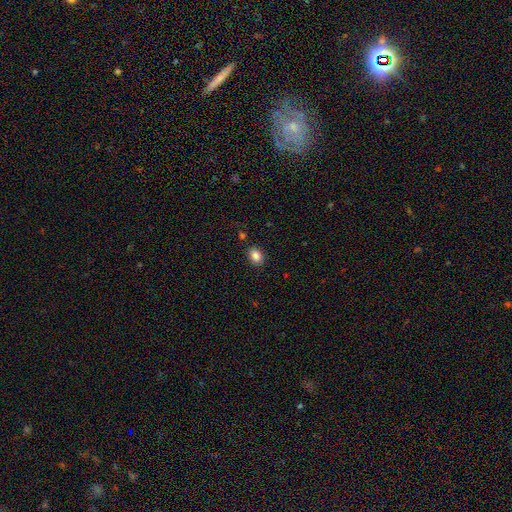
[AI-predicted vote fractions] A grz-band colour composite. It shows a smooth galaxy with no disk features (85%) that is in between round and cigar-shaped (65%). Merging: none (86%).